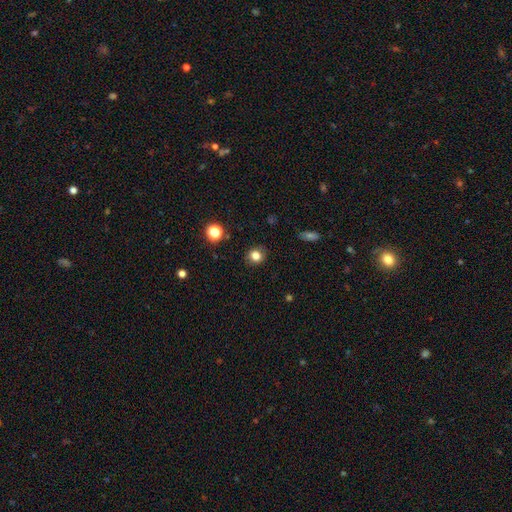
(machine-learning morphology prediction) A smooth galaxy with no disk features (81%) that is round (83%). Merging: none (89%).